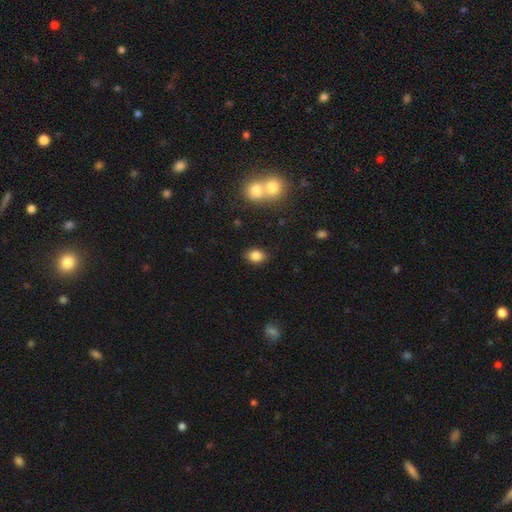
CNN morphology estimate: Smooth or featured? Predicted: smooth (p=0.85). How rounded? Predicted: in between (p=0.72). Merging? Predicted: none (p=0.83).